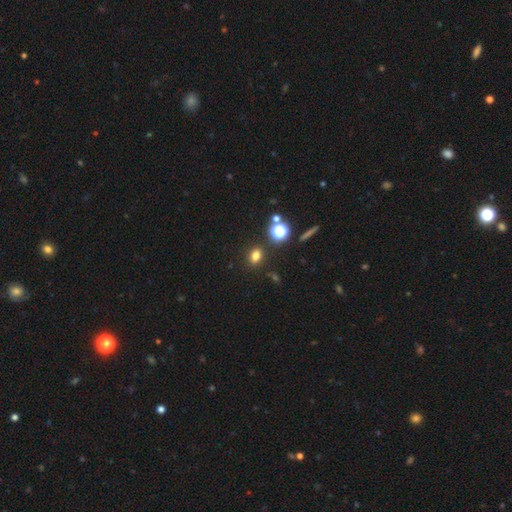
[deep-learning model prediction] smooth_or_featured: smooth (p=0.75) [alt: star or artifact p=0.18]
how_rounded: in between (p=0.57) [alt: round p=0.41]
merging: none (p=0.84) [alt: minor disturbance p=0.09]